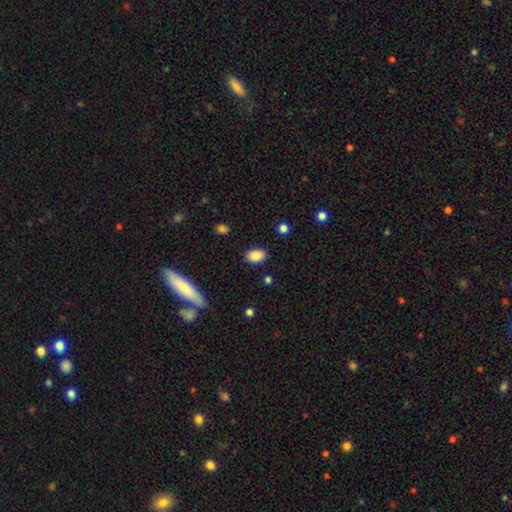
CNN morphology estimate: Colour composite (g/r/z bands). It shows a smooth galaxy with no disk features (88%) that is in between round and cigar-shaped (86%). Merging: none (85%).